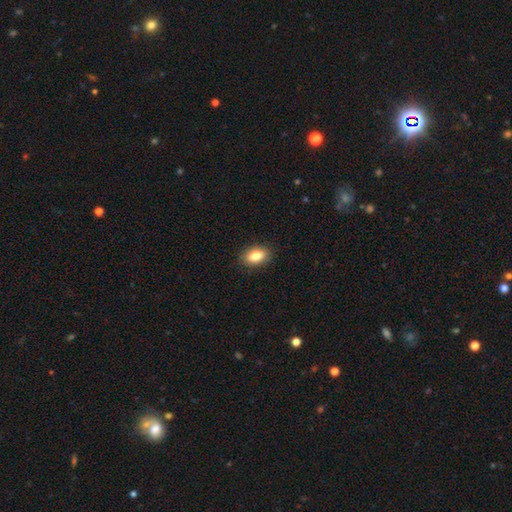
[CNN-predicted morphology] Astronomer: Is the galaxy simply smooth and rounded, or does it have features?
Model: smooth — 83%.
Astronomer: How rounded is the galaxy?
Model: in between — 89%.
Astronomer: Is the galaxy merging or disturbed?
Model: none — 88%.